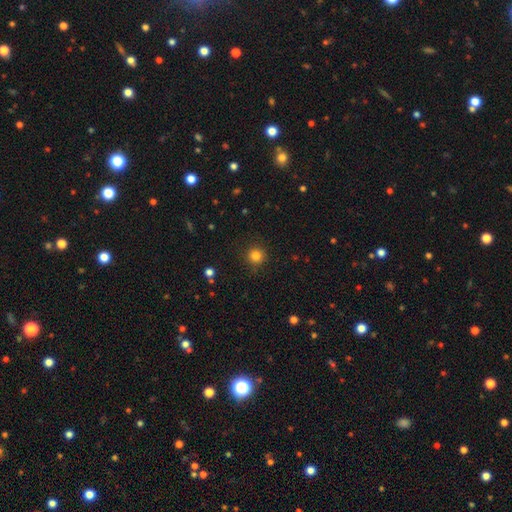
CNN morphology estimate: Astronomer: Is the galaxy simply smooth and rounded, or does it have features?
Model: smooth — 82%.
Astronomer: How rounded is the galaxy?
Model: round — 95%.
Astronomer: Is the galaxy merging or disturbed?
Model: none — 90%.